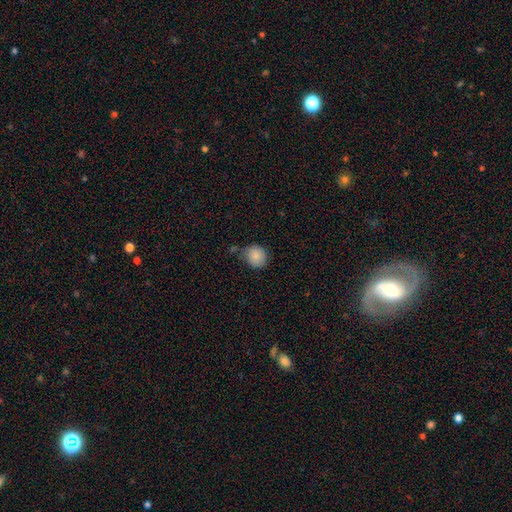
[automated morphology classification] smooth-or-featured: smooth: 86% | star or artifact: 9% | featured or disk: 6%
  how-rounded: round: 81% | in between: 18% | cigar-shaped: 1%
  merging: none: 65% | minor disturbance: 24% | merger: 6% | major disturbance: 5%